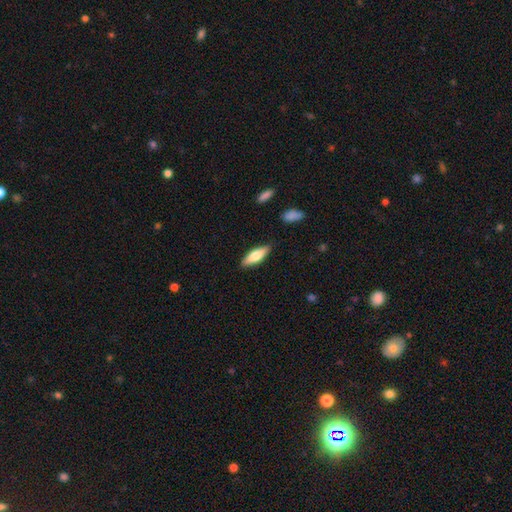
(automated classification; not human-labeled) Smooth or featured? Predicted: smooth (p=0.70). How rounded? Predicted: in between (p=0.55). Merging? Predicted: none (p=0.85).